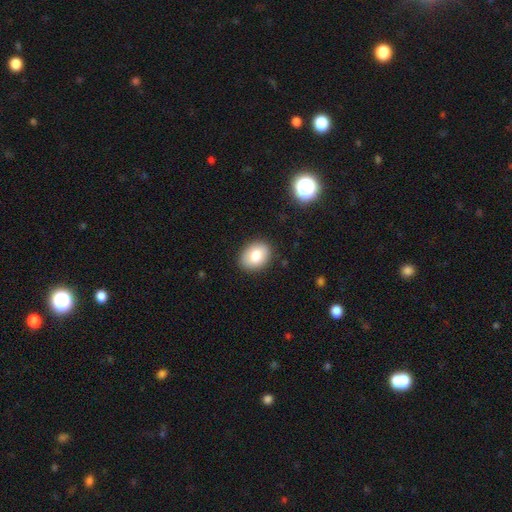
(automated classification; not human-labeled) A smooth galaxy with no disk features (80%) that is in between round and cigar-shaped (68%).

Vote fractions:
- Smooth or featured? smooth: 80% / featured or disk: 12% / star or artifact: 8%
- How rounded? in between: 68% / round: 31% / cigar-shaped: 1%
- Merging? none: 88% / minor disturbance: 9% / major disturbance: 2% / merger: 1%